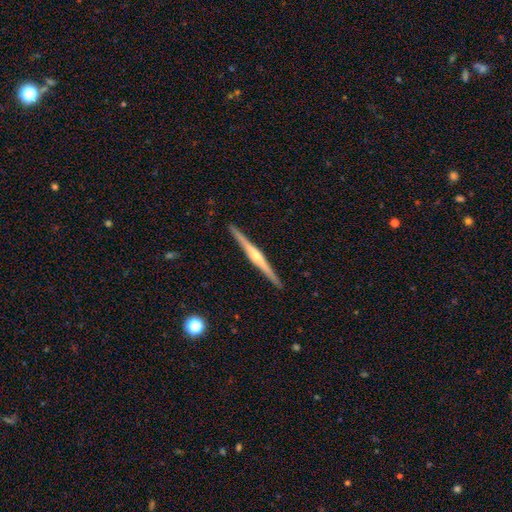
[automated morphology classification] The model was most divided on "smooth or featured": featured or disk: 82%, smooth: 13%, star or artifact: 5%. More confident: edge-on disk — yes (98%); merging — none (92%); edge-on bulge — rounded (85%).